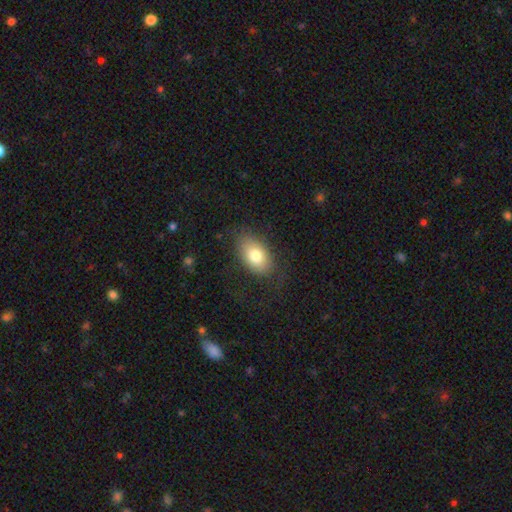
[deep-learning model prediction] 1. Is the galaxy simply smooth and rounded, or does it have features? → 78% smooth, 14% featured or disk, 8% star or artifact.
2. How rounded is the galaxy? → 90% in between, 9% round, 2% cigar-shaped.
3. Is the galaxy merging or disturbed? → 76% none, 16% minor disturbance, 8% major disturbance, 1% merger.